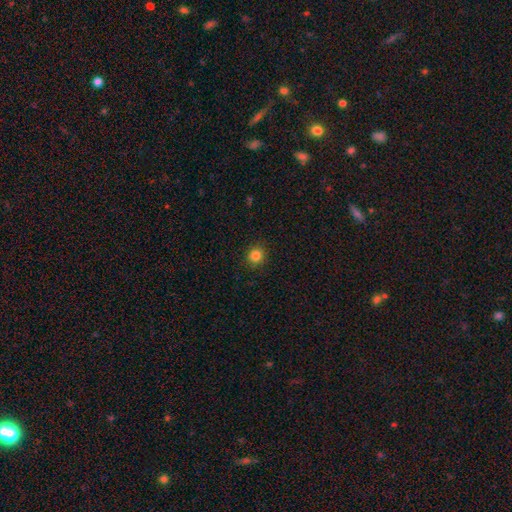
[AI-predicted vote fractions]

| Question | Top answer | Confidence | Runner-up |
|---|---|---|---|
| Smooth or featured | smooth | 83% | star or artifact (12%) |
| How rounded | round | 88% | in between (11%) |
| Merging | none | 90% | minor disturbance (7%) |